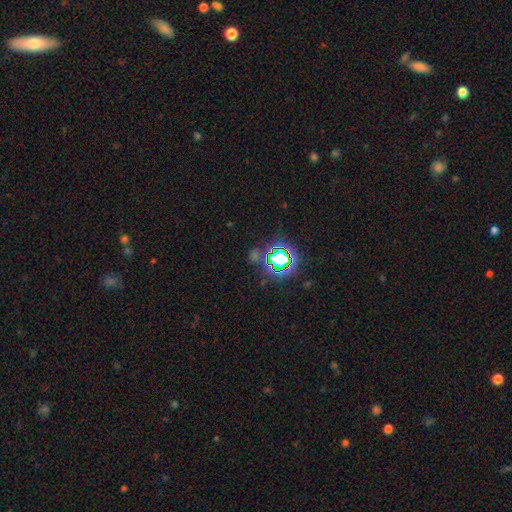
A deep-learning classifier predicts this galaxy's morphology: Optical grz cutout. It shows a star or artifact, not a galaxy (73%).